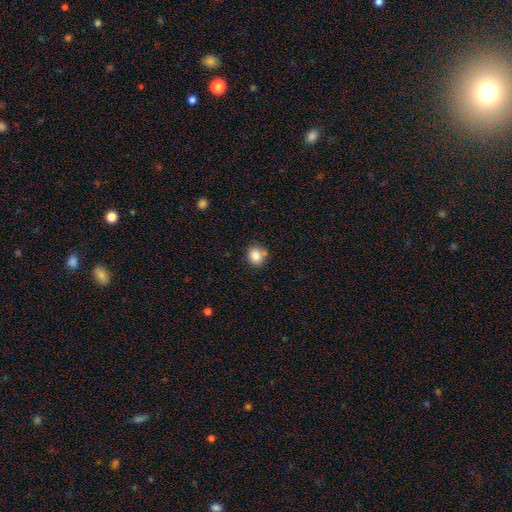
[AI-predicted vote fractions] A smooth galaxy with no disk features (85%) that is round (83%).

Vote fractions:
- Smooth or featured? smooth: 85% / star or artifact: 10% / featured or disk: 5%
- How rounded? round: 83% / in between: 16% / cigar-shaped: 1%
- Merging? none: 75% / minor disturbance: 16% / merger: 6% / major disturbance: 3%